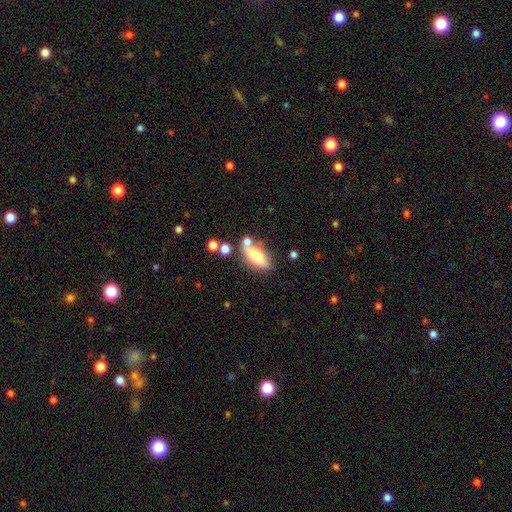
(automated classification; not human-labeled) smooth 77%, featured or disk 14%, star or artifact 9%. Down the decision tree: how rounded — in between (82%); merging — none (46%).